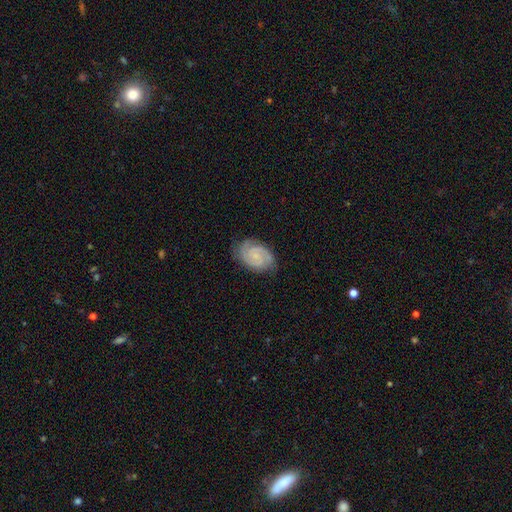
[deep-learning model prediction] The model was most divided on "bar": no: 61%, weak: 34%, strong: 6%. More confident: edge-on disk — no (98%); spiral arms — yes (98%); smooth or featured — featured or disk (85%); merging — none (81%); spiral arm count — 2 (74%); bulge size — small (67%); spiral winding — tight (61%).